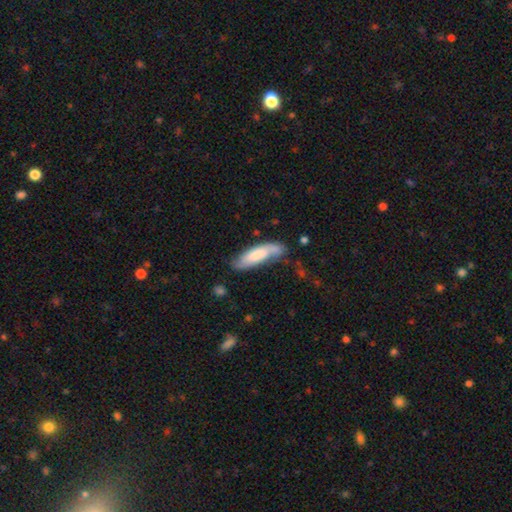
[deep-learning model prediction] This appears to be a smooth galaxy with no disk features (60%) that is cigar-shaped (56%). Merging: none (63%).